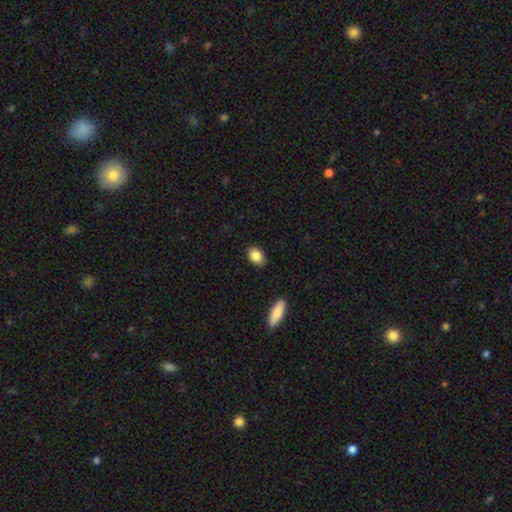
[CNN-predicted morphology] type=smooth (85%); roundness=in between (81%); merging=none (86%).